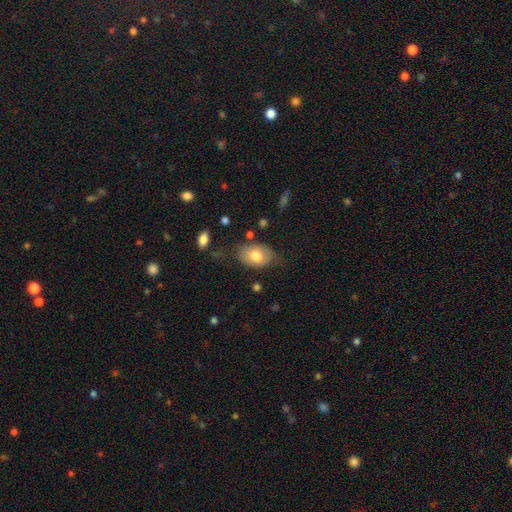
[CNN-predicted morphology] A smooth galaxy with no disk features (73%) that is in between round and cigar-shaped (86%). Merging: none (61%).